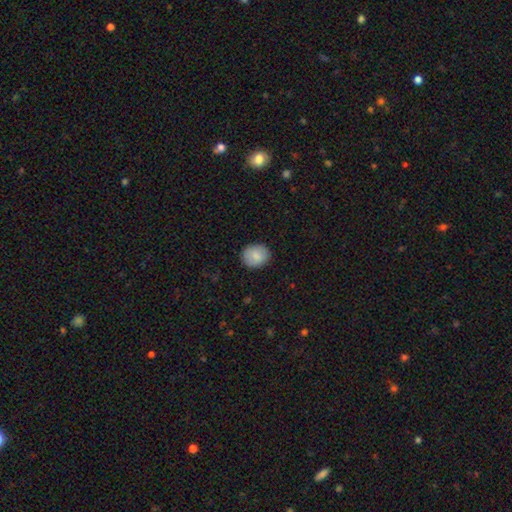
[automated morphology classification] Q: Smooth or featured?
A: smooth (85%); runner-up: featured or disk (8%)
Q: How rounded?
A: round (65%); runner-up: in between (34%)
Q: Merging?
A: none (88%); runner-up: minor disturbance (9%)